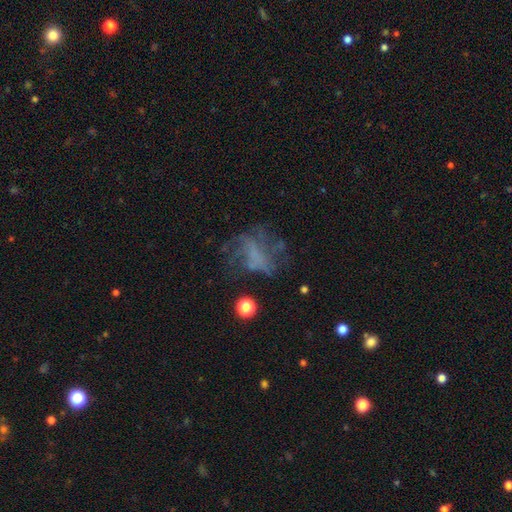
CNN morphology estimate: featured or disk 52%, smooth 25%, star or artifact 22%. Down the decision tree: edge-on disk — no (97%); bar — no (81%); spiral arms — no (66%); bulge size — none (77%); merging — none (45%).